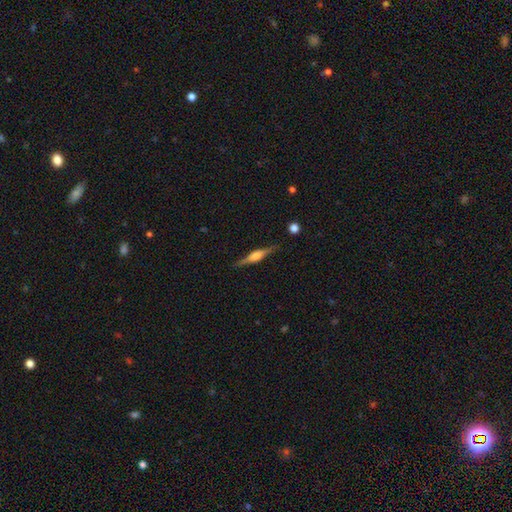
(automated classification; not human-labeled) smooth-or-featured: featured or disk: 75% | smooth: 18% | star or artifact: 7%
  disk-edge-on: yes: 98% | no: 2%
    edge-on-bulge: rounded: 76% | boxy: 21% | none: 3%
  merging: none: 87% | minor disturbance: 9% | major disturbance: 2% | merger: 1%